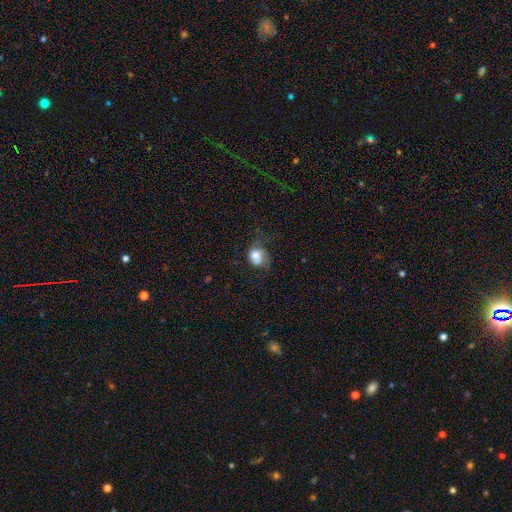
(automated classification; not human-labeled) smooth_or_featured: smooth (p=0.65) [alt: featured or disk p=0.25]
how_rounded: round (p=0.56) [alt: in between p=0.43]
merging: none (p=0.36) [alt: major disturbance p=0.32]